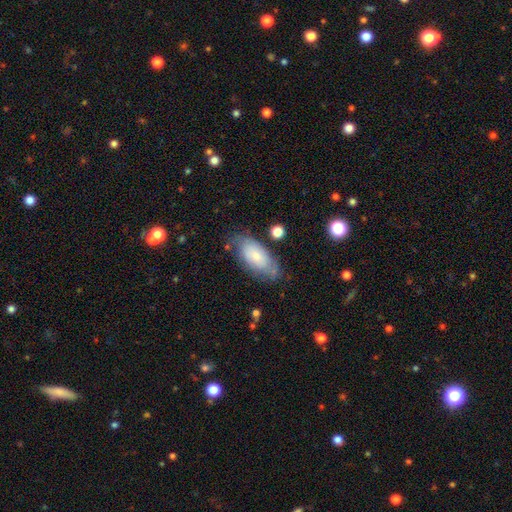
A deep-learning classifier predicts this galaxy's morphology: Overall: smooth (69%). How rounded: in between (90%). Merging: none (64%; minor disturbance 24%).